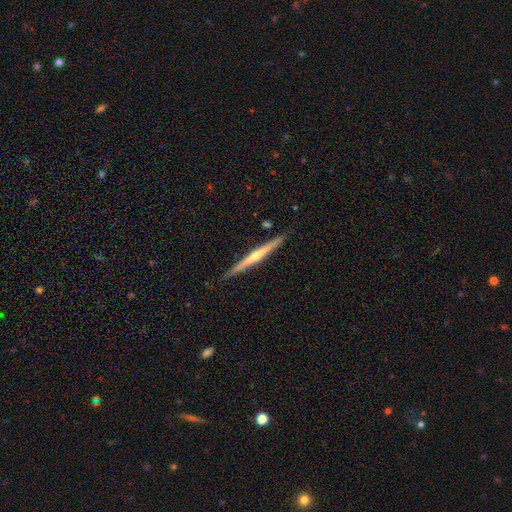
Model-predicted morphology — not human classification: type=featured or disk (74%); edge-on=yes (98%); edge-on bulge=rounded (75%); merging=none (90%).